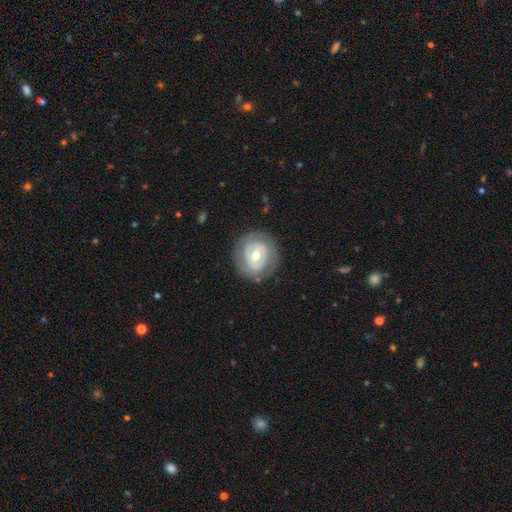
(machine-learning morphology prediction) Q: Smooth or featured?
A: featured or disk (58%); runner-up: smooth (36%)
Q: Edge-on disk?
A: no (96%); runner-up: yes (4%)
Q: Bar?
A: no (54%); runner-up: weak (33%)
Q: Spiral arms?
A: no (64%); runner-up: yes (36%)
Q: Bulge size?
A: moderate (65%); runner-up: small (29%)
Q: Merging?
A: none (79%); runner-up: minor disturbance (13%)